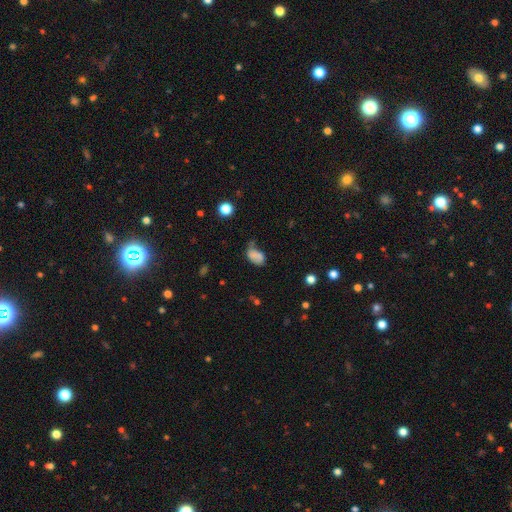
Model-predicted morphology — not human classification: smooth_or_featured: smooth (p=0.72) [alt: featured or disk p=0.16]
how_rounded: in between (p=0.87) [alt: round p=0.11]
merging: none (p=0.38) [alt: minor disturbance p=0.32]